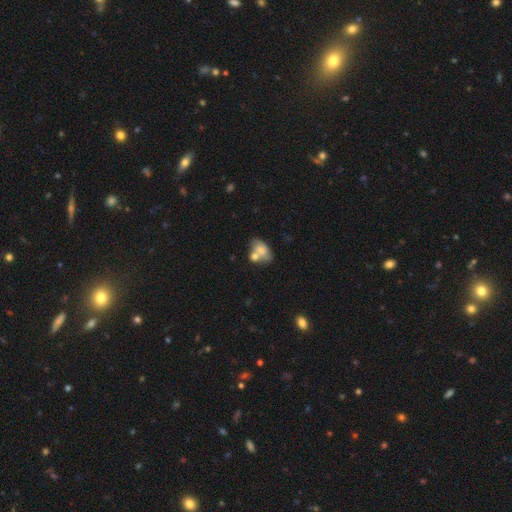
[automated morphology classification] smooth_or_featured: smooth (p=0.61) [alt: featured or disk p=0.28]
how_rounded: in between (p=0.80) [alt: round p=0.18]
merging: merger (p=0.40) [alt: none p=0.38]